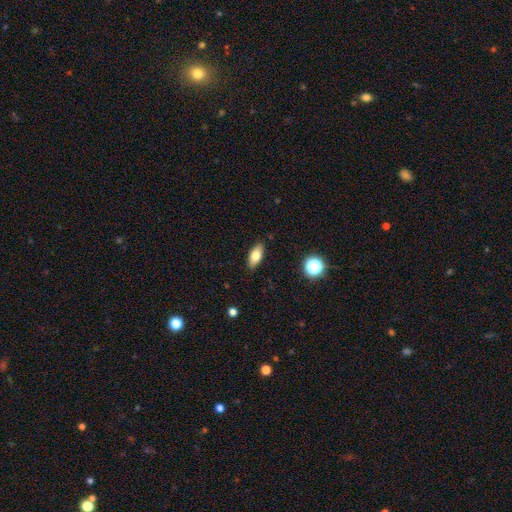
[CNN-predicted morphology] Q: Smooth or featured?
A: smooth (75%); runner-up: featured or disk (17%)
Q: How rounded?
A: in between (84%); runner-up: cigar-shaped (12%)
Q: Merging?
A: none (88%); runner-up: minor disturbance (9%)